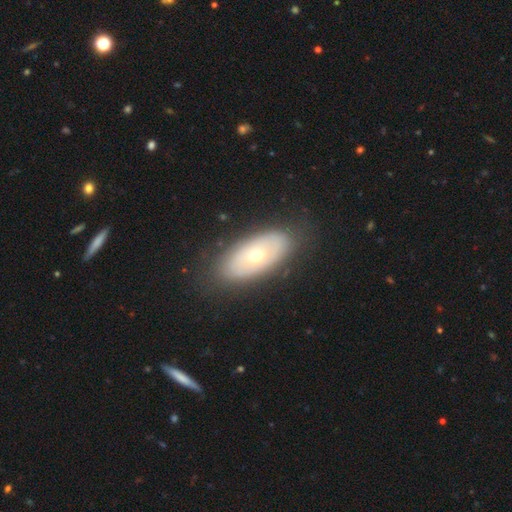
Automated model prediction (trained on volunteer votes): The model was most divided on "smooth or featured": smooth: 49%, featured or disk: 45%, star or artifact: 7%. More confident: merging — none (83%).